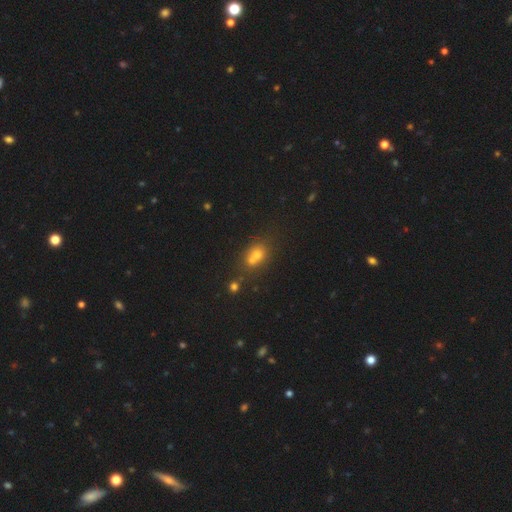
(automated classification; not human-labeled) Q: Smooth or featured?
A: smooth (61%); runner-up: star or artifact (22%)
Q: How rounded?
A: round (51%); runner-up: in between (46%)
Q: Merging?
A: merger (50%); runner-up: none (35%)